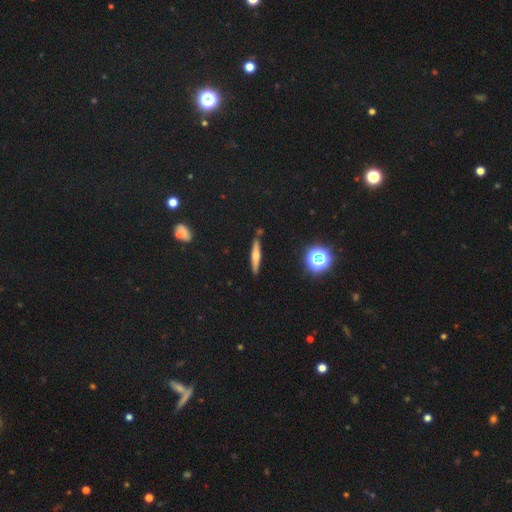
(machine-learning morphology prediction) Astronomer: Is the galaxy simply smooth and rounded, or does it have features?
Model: smooth — 46% (runner-up: featured or disk, 42%).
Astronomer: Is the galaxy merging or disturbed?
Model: none — 87%.